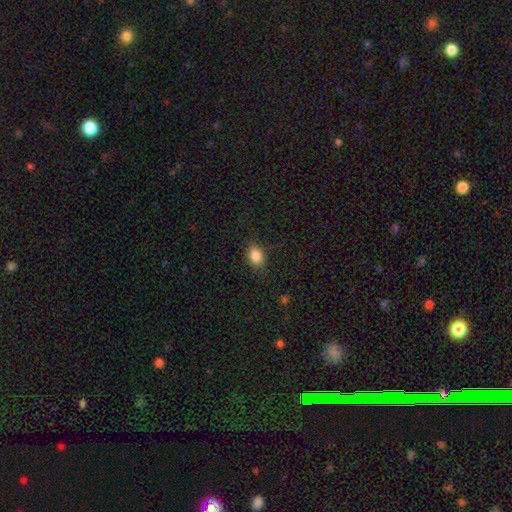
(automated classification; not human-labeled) smooth-or-featured: smooth: 86% | star or artifact: 9% | featured or disk: 5%
  how-rounded: in between: 74% | round: 25% | cigar-shaped: 2%
  merging: none: 81% | minor disturbance: 14% | major disturbance: 4% | merger: 1%